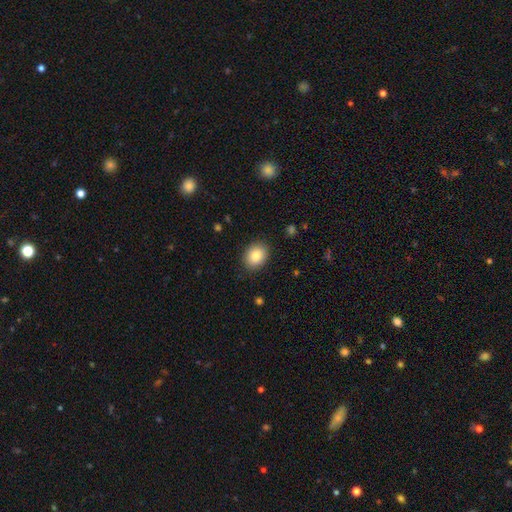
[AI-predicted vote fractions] Overall: smooth (86%). How rounded: in between (58%; round 41%). Merging: none (88%).